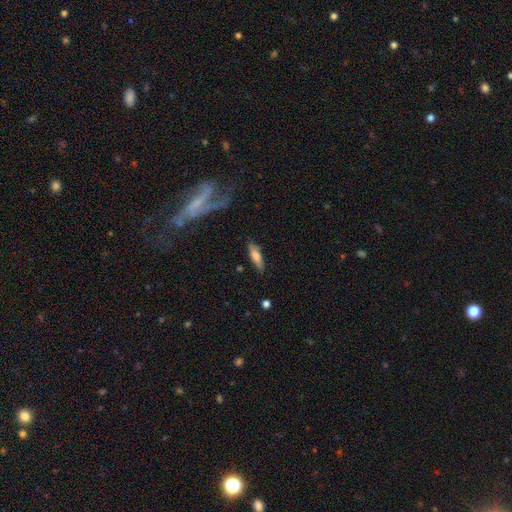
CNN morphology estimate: This appears to be a smooth galaxy with no disk features (68%) that is cigar-shaped (57%). Merging: none (82%).